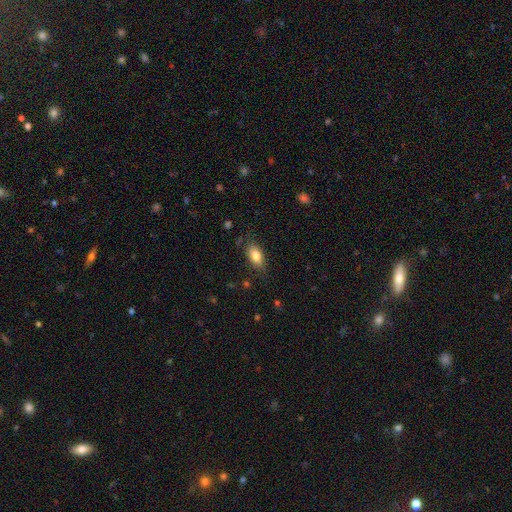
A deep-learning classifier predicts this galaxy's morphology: A smooth galaxy with no disk features (81%) that is in between round and cigar-shaped (87%). Merging: none (78%).